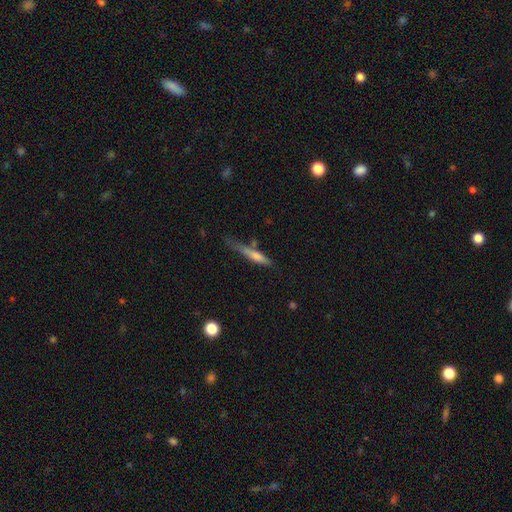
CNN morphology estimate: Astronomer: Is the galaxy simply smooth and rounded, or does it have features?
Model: featured or disk — 46% (runner-up: smooth, 45%).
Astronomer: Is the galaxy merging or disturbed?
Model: none — 54%.